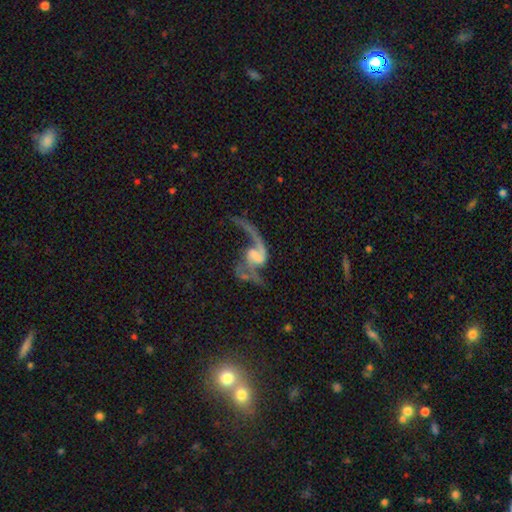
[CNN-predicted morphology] Q: Smooth or featured?
A: featured or disk (89%); runner-up: star or artifact (6%)
Q: Edge-on disk?
A: no (97%); runner-up: yes (3%)
Q: Bar?
A: weak (47%); runner-up: no (33%)
Q: Spiral arms?
A: yes (95%); runner-up: no (5%)
Q: Spiral winding?
A: loose (81%); runner-up: medium (16%)
Q: Spiral arm count?
A: 2 (86%); runner-up: 1 (8%)
Q: Bulge size?
A: none (35%); runner-up: small (28%)
Q: Merging?
A: none (49%); runner-up: major disturbance (29%)